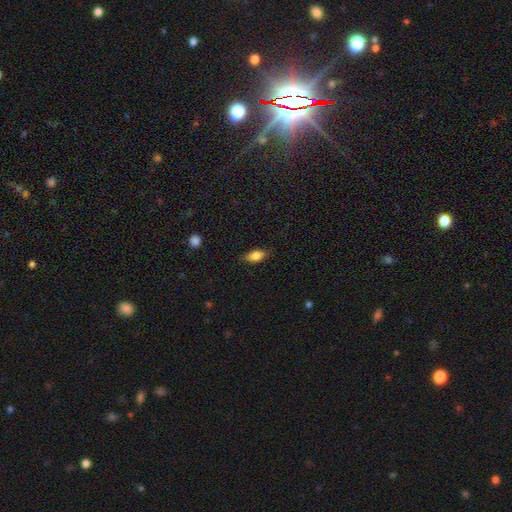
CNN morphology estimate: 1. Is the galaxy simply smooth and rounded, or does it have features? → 81% smooth, 11% featured or disk, 8% star or artifact.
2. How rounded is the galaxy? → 87% in between, 8% cigar-shaped, 5% round.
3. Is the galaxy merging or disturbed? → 78% none, 17% minor disturbance, 3% major disturbance, 1% merger.